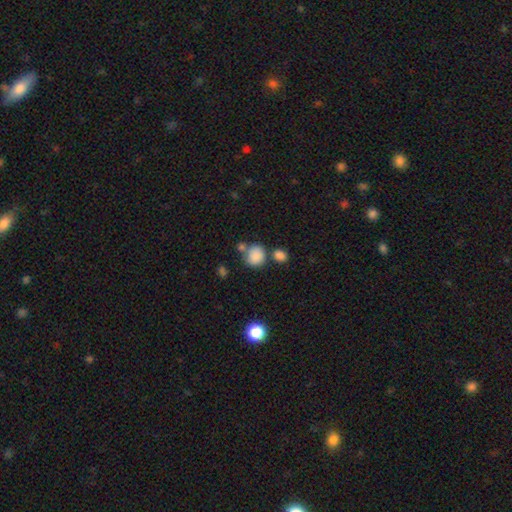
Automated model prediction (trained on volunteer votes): smooth_or_featured: smooth (p=0.85) [alt: star or artifact p=0.10]
how_rounded: round (p=0.73) [alt: in between p=0.26]
merging: none (p=0.58) [alt: merger p=0.24]